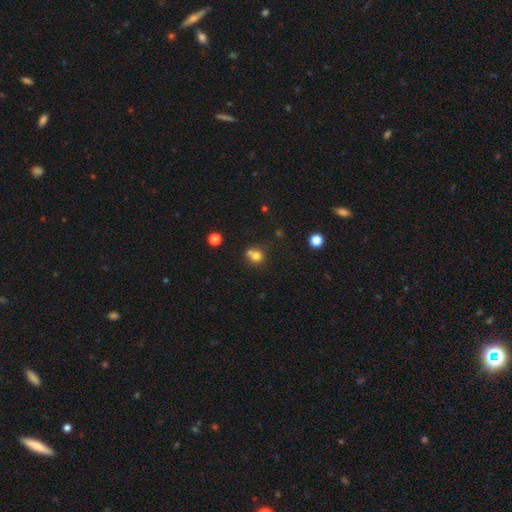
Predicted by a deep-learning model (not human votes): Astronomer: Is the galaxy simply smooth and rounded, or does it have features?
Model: smooth — 75%.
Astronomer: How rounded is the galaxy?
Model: round — 85%.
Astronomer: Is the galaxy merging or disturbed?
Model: none — 49% (runner-up: merger, 38%).